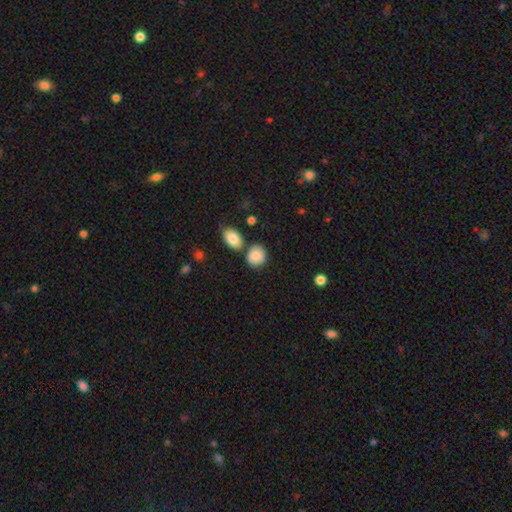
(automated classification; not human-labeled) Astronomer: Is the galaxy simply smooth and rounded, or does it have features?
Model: smooth — 88%.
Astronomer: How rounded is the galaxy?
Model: round — 63%.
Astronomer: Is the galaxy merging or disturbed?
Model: none — 64%.